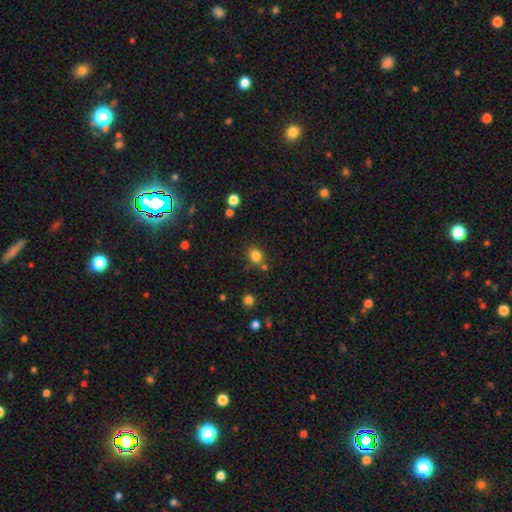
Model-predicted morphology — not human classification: Smooth or featured? Predicted: smooth (p=0.82). How rounded? Predicted: round (p=0.58). Merging? Predicted: none (p=0.72).